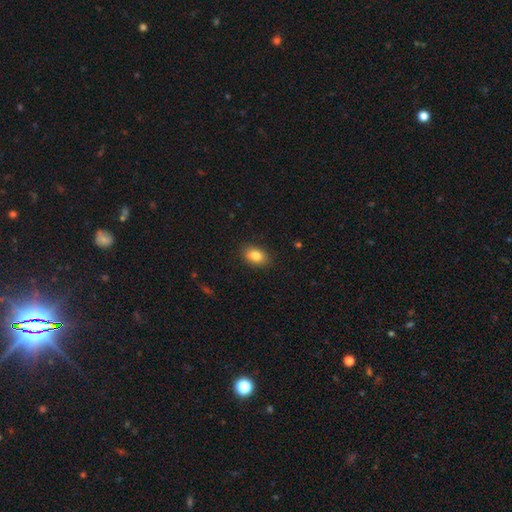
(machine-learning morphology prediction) Overall: smooth (84%). How rounded: in between (85%). Merging: none (88%).